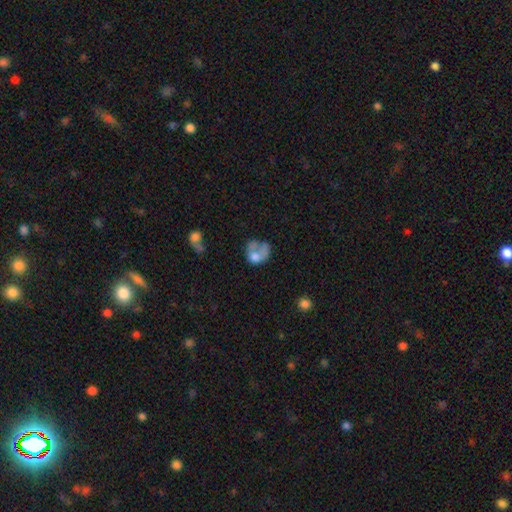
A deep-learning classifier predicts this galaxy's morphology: This is possibly a smooth galaxy (57%). How rounded: possibly round (54%). Merging: marginally major disturbance (38%).